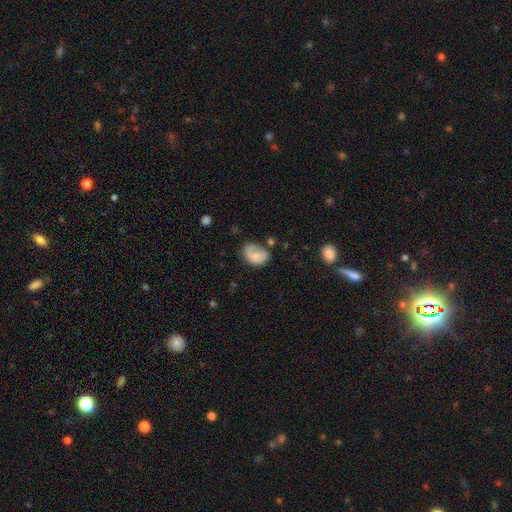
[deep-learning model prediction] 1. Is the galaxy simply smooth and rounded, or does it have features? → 57% smooth, 34% featured or disk, 8% star or artifact.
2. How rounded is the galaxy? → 66% in between, 33% round, 1% cigar-shaped.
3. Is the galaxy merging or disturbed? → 45% none, 29% minor disturbance, 21% major disturbance, 5% merger.